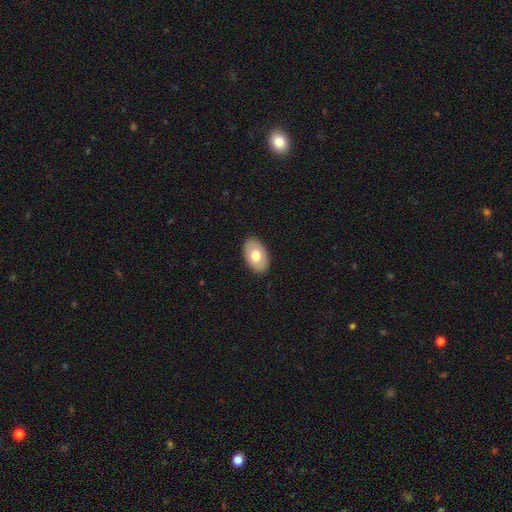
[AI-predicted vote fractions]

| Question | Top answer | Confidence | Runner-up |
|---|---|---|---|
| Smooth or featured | smooth | 71% | featured or disk (23%) |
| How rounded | in between | 91% | round (8%) |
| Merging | none | 89% | minor disturbance (8%) |